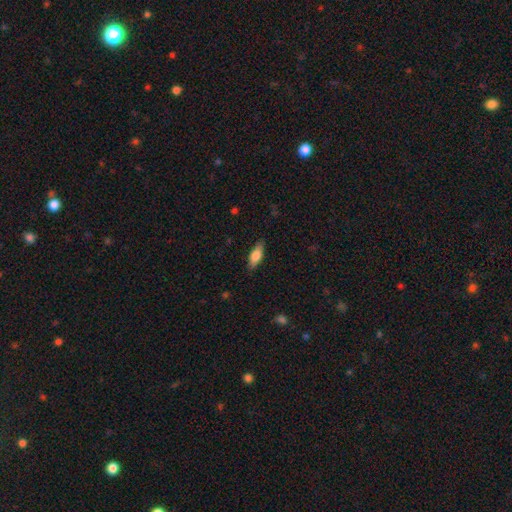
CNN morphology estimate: Smooth or featured? Predicted: smooth (p=0.72). How rounded? Predicted: in between (p=0.63). Merging? Predicted: none (p=0.85).